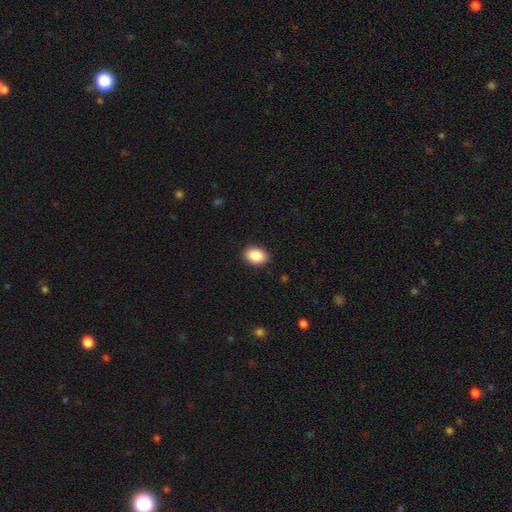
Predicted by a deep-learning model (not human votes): smooth-or-featured: smooth: 88% | star or artifact: 7% | featured or disk: 4%
  how-rounded: in between: 80% | round: 19% | cigar-shaped: 1%
  merging: none: 90% | minor disturbance: 7% | major disturbance: 2% | merger: 1%